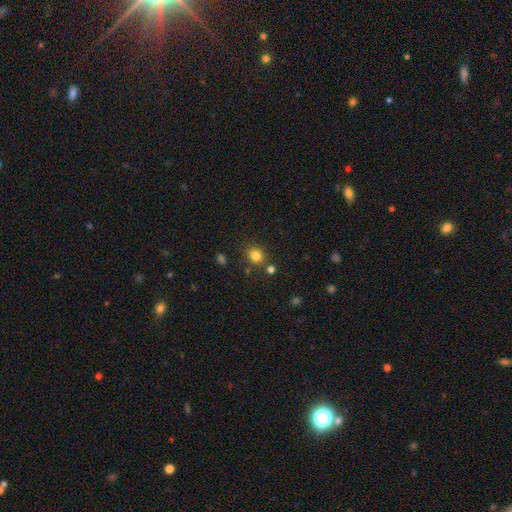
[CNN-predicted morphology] smooth-or-featured: smooth: 82% | star or artifact: 13% | featured or disk: 6%
  how-rounded: round: 68% | in between: 31% | cigar-shaped: 1%
  merging: none: 78% | minor disturbance: 11% | merger: 8% | major disturbance: 3%